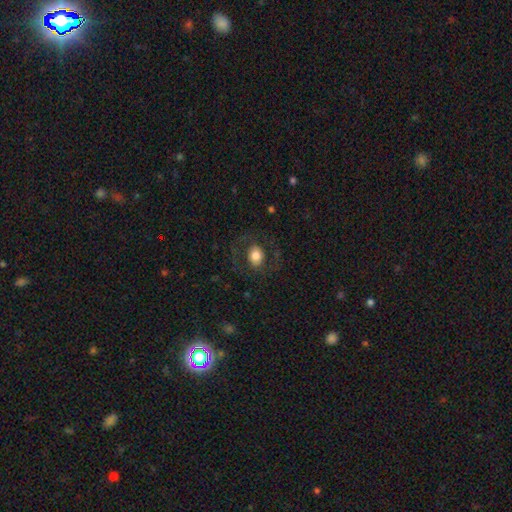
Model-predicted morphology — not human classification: Smooth or featured?
  - smooth: 66% *
  - featured or disk: 26%
  - star or artifact: 8%
How rounded?
  - in between: 50% *
  - round: 48%
  - cigar-shaped: 1%
Merging?
  - none: 75% *
  - major disturbance: 12%
  - minor disturbance: 11%
  - merger: 1%